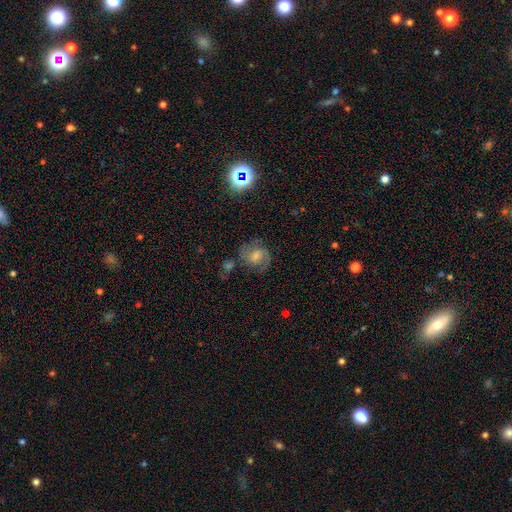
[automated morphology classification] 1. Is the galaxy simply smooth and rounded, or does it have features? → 68% featured or disk, 17% star or artifact, 15% smooth.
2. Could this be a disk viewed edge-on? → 97% no, 3% yes.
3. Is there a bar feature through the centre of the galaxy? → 45% weak, 44% no, 11% strong.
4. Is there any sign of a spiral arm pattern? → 95% yes, 5% no.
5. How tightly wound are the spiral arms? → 48% medium, 42% tight, 10% loose.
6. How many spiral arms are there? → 76% 2, 10% can't tell, 6% 3, 4% 1, 2% 4, 2% more than 4.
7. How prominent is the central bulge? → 53% moderate, 31% small, 9% large, 5% none, 2% dominant.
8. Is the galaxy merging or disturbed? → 74% none, 14% minor disturbance, 7% major disturbance, 5% merger.